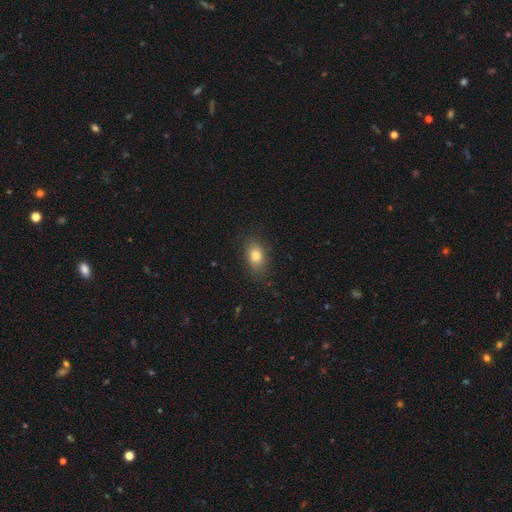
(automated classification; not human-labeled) Smooth or featured? smooth (80%)
How rounded? in between (79%)
Merging? none (83%)